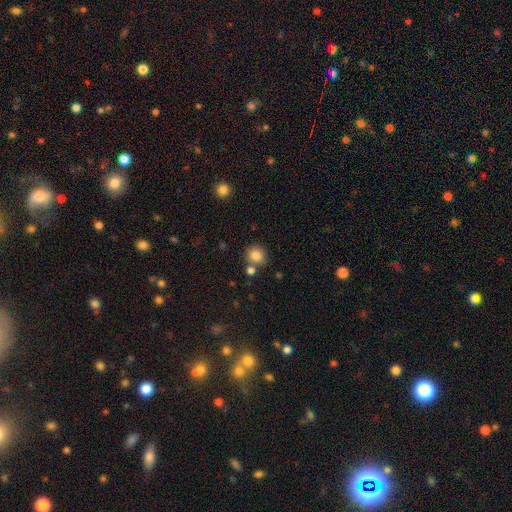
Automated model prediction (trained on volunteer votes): The model was most divided on "merging": none: 73%, merger: 15%, minor disturbance: 9%, major disturbance: 3%. More confident: how rounded — round (87%); smooth or featured — smooth (83%).